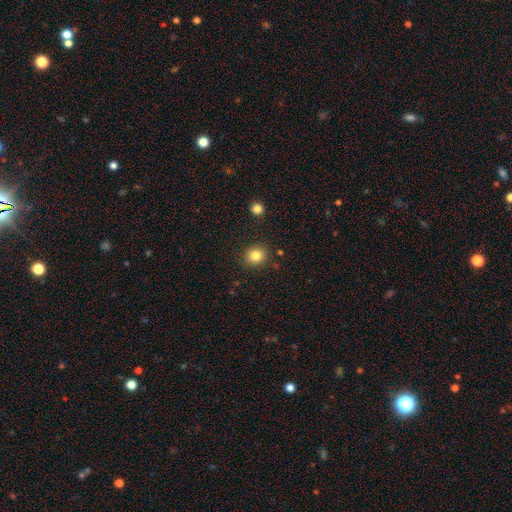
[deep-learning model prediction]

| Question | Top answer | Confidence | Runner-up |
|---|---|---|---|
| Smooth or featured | smooth | 83% | star or artifact (11%) |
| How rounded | round | 80% | in between (19%) |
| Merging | none | 88% | minor disturbance (8%) |